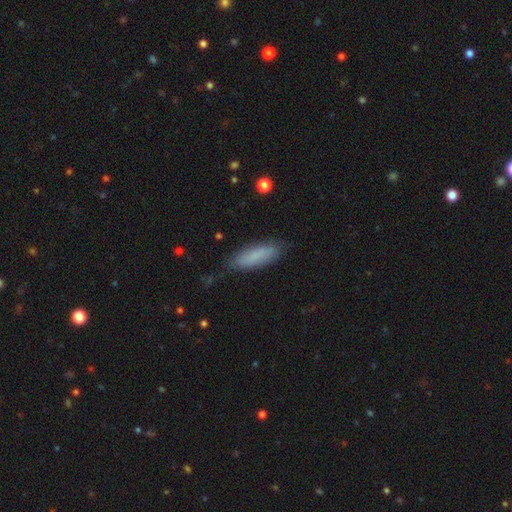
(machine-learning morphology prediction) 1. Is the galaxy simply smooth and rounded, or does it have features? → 83% smooth, 10% featured or disk, 7% star or artifact.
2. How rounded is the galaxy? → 52% cigar-shaped, 46% in between, 2% round.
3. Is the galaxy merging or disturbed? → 79% none, 16% minor disturbance, 3% major disturbance, 2% merger.